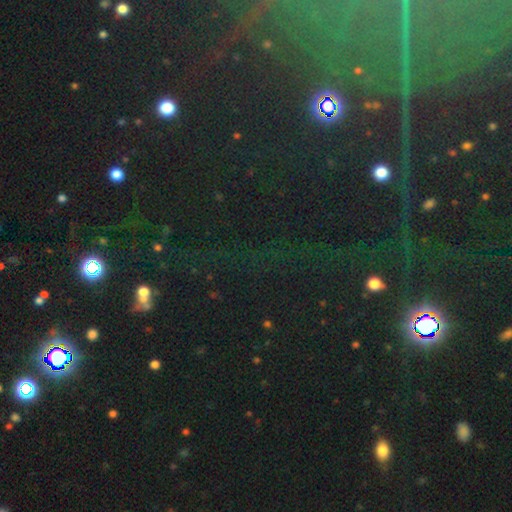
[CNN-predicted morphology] Smooth or featured? star or artifact (79%)